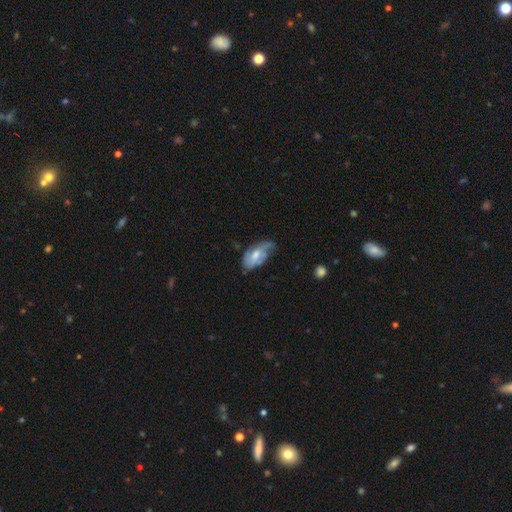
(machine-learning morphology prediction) smooth-or-featured: featured or disk: 51% | smooth: 43% | star or artifact: 7%
  disk-edge-on: no: 91% | yes: 9%
  merging: minor disturbance: 38% (tied) | none: 38% (tied) | major disturbance: 21% | merger: 3%